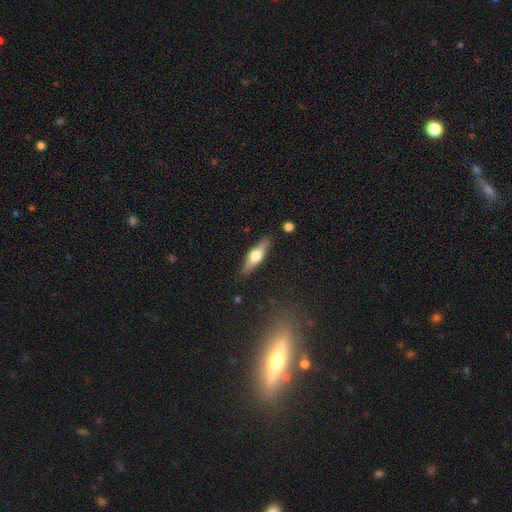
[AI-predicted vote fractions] The model was most divided on "smooth or featured": featured or disk: 57%, smooth: 38%, star or artifact: 6%. More confident: edge-on disk — yes (94%); edge-on bulge — rounded (94%); merging — none (88%).